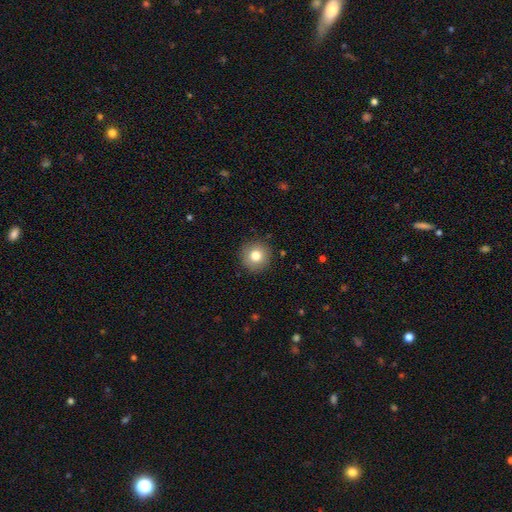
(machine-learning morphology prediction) This is likely a smooth galaxy (80%). How rounded: clearly round (94%). Merging: clearly none (90%).